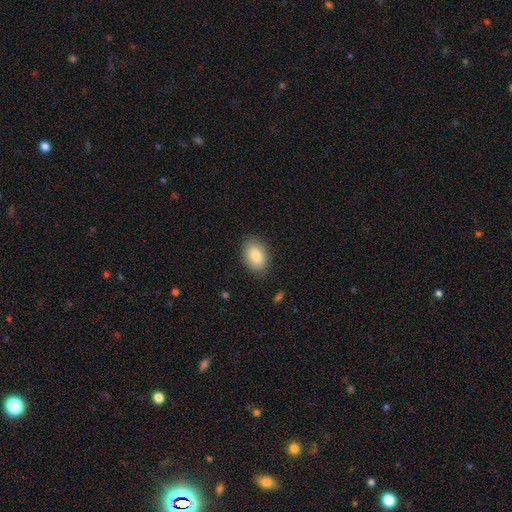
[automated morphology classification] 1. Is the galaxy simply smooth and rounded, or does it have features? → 84% smooth, 9% featured or disk, 7% star or artifact.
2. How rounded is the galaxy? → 85% in between, 14% round, 1% cigar-shaped.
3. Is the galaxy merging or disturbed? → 85% none, 11% minor disturbance, 3% major disturbance, 1% merger.